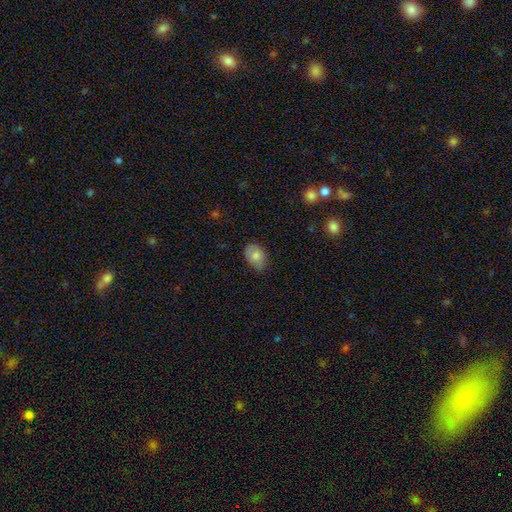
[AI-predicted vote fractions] The model was most divided on "merging": none: 76%, minor disturbance: 20%, major disturbance: 3%, merger: 1%. More confident: smooth or featured — smooth (79%); how rounded — in between (78%).